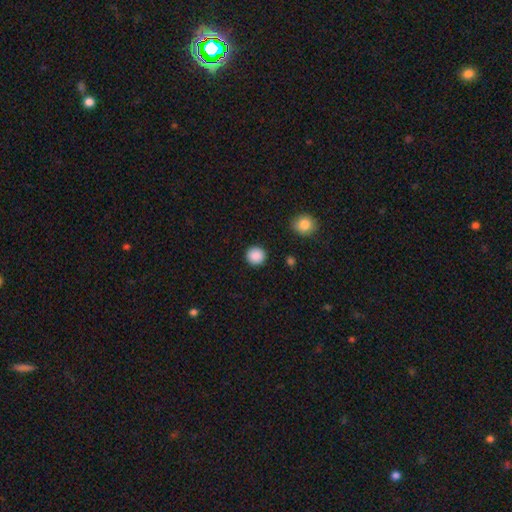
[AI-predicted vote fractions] The model was most divided on "smooth or featured": smooth: 89%, star or artifact: 8%, featured or disk: 2%. More confident: how rounded — round (94%); merging — none (92%).